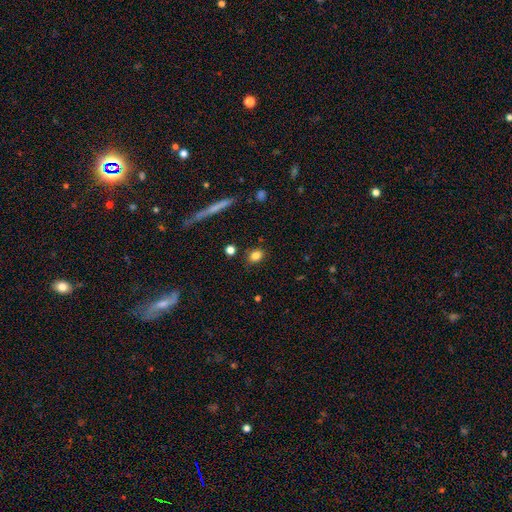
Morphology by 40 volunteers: Overall: smooth (85%). How rounded: in between (74%). Merging: none (74%).